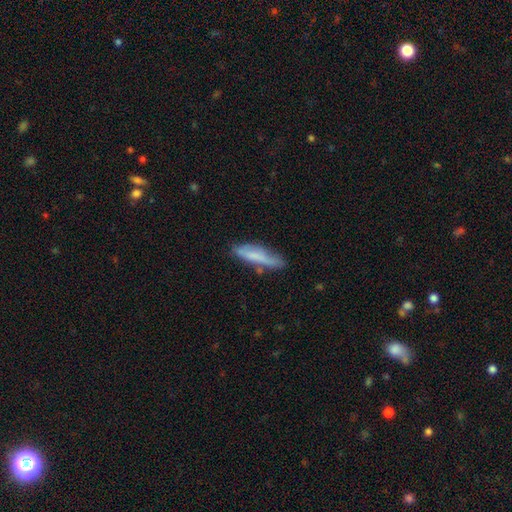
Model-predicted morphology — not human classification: Overall: smooth (66%; featured or disk 27%). How rounded: cigar-shaped (76%). Merging: none (63%; minor disturbance 26%).